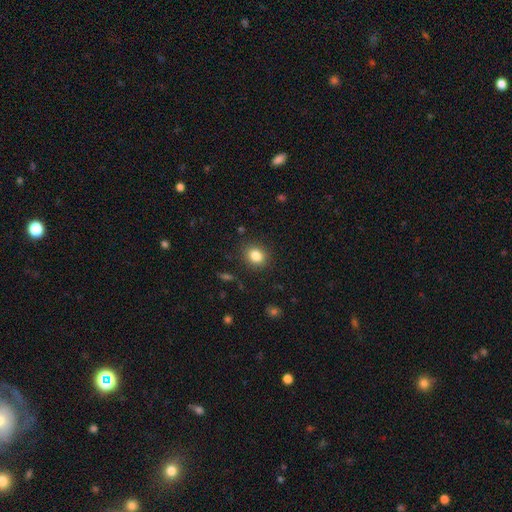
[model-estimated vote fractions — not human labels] Smooth or featured? Predicted: smooth (p=0.83). How rounded? Predicted: round (p=0.59). Merging? Predicted: none (p=0.87).